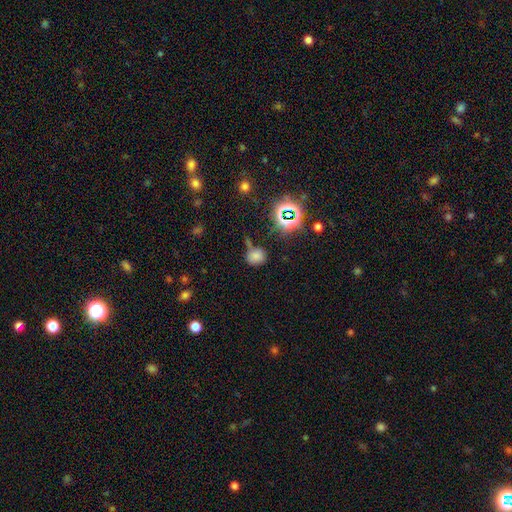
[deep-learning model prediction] The model was most divided on "how rounded": round: 61%, in between: 38%, cigar-shaped: 1%. More confident: smooth or featured — smooth (67%); merging — none (61%).